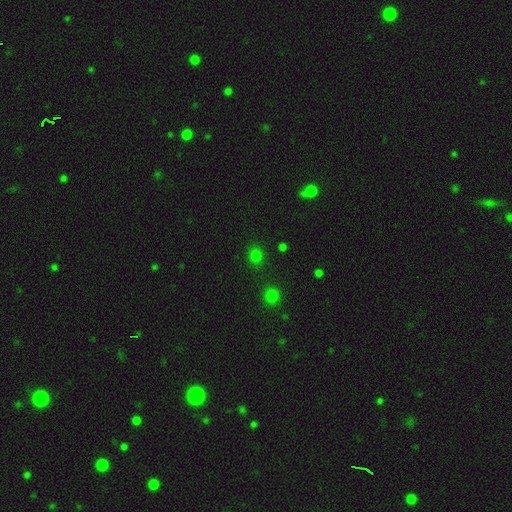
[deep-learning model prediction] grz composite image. It shows a smooth galaxy with no disk features (73%) that is round (85%). Merging: none (87%).